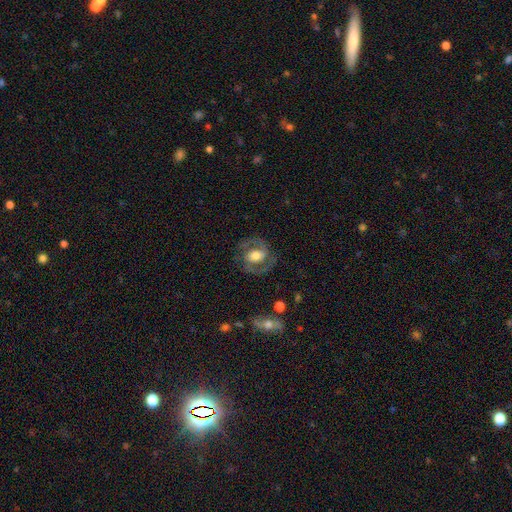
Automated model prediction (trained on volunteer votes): This appears to be a featured or disk galaxy (77%) with no bar (39%), 2 (90%) medium (55%) spiral arms (88%) and a moderate central bulge (55%). Merging: none (78%).